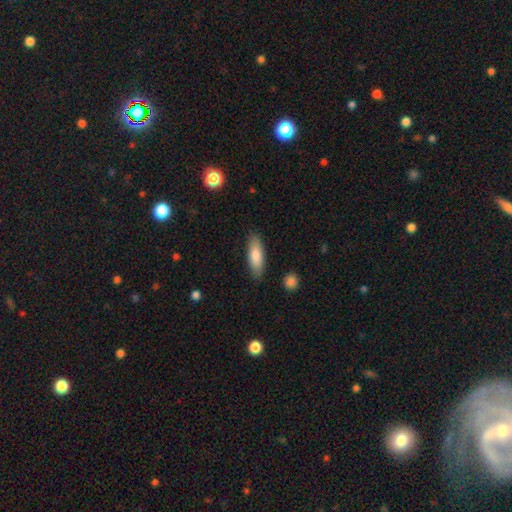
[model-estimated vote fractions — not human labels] Smooth or featured? Predicted: smooth (p=0.82). How rounded? Predicted: in between (p=0.54). Merging? Predicted: none (p=0.86).